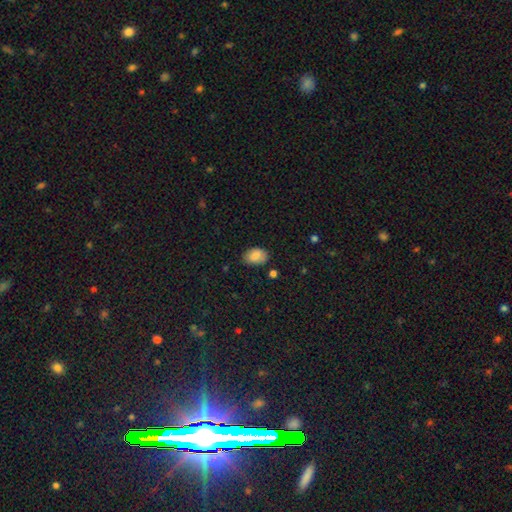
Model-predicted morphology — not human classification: Overall: smooth (84%). How rounded: in between (84%). Merging: none (71%).